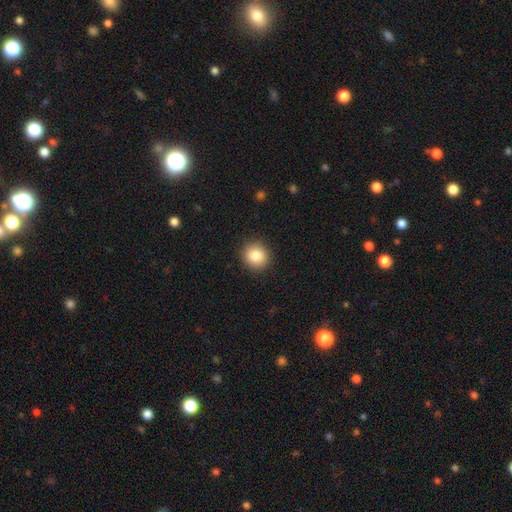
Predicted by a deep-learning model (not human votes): A smooth galaxy with no disk features (84%) that is round (89%). Merging: none (91%).